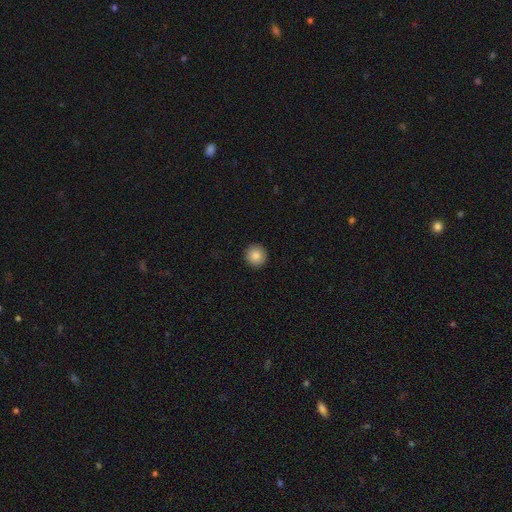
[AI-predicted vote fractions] Smooth or featured?
  - smooth: 86% *
  - star or artifact: 9%
  - featured or disk: 5%
How rounded?
  - round: 95% *
  - in between: 4%
  - cigar-shaped: 1%
Merging?
  - none: 93% *
  - minor disturbance: 5%
  - major disturbance: 1%
  - merger: 1%